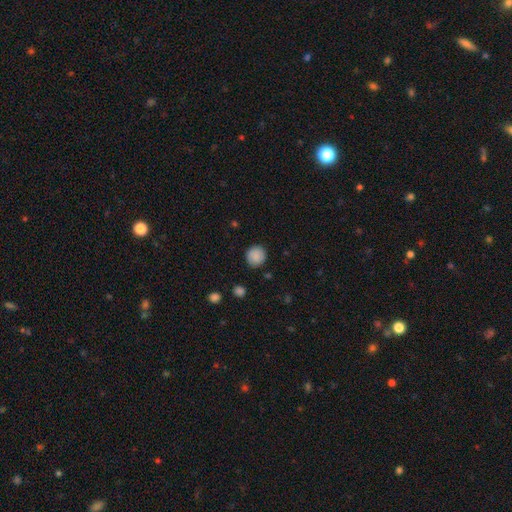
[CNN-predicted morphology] Overall: smooth (87%). How rounded: round (91%). Merging: none (87%).